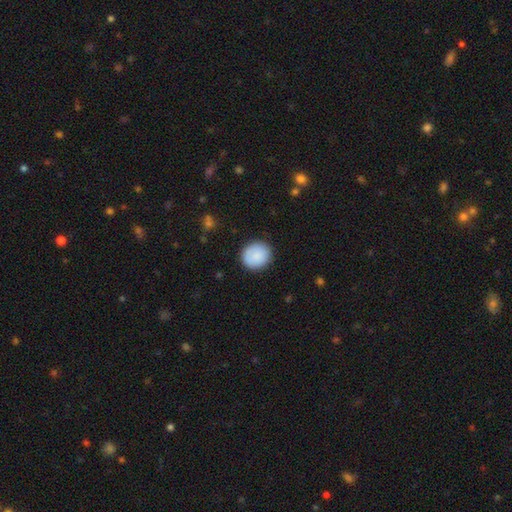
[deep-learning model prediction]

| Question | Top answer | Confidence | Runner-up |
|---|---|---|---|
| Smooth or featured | smooth | 88% | star or artifact (7%) |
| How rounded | round | 84% | in between (15%) |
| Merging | none | 87% | minor disturbance (9%) |